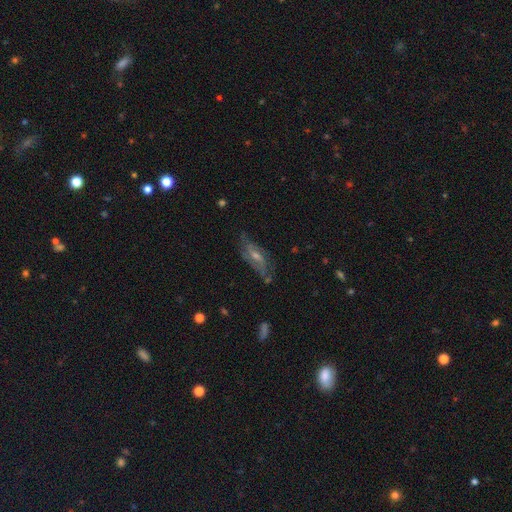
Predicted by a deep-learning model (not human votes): A featured or disk galaxy (67%) with no bar (43%), spiral arms (77%) and a moderate central bulge (46%). Merging: none (67%).